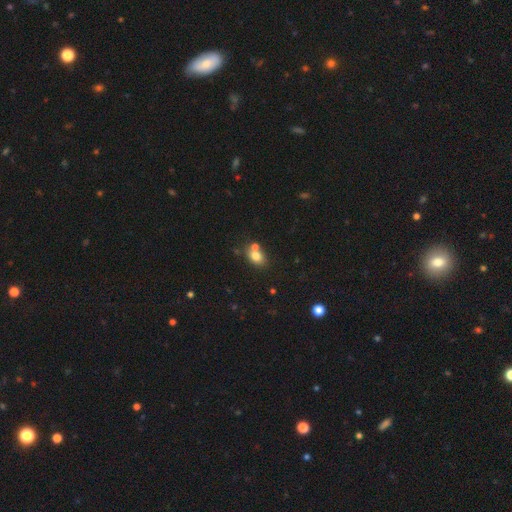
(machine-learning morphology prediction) This is likely a smooth galaxy (76%). How rounded: likely in between (65%). Merging: possibly none (51%).